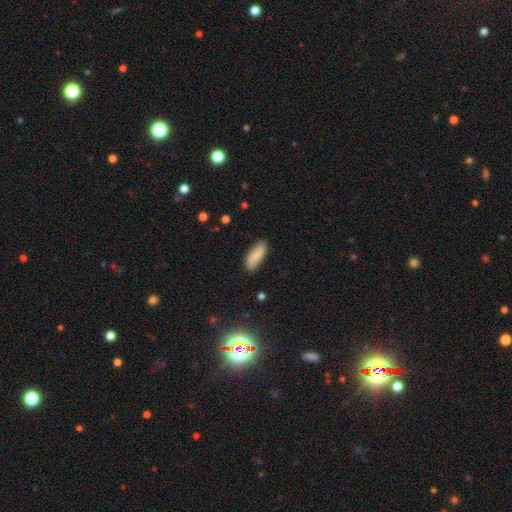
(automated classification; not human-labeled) Smooth or featured? Predicted: smooth (p=0.68). How rounded? Predicted: in between (p=0.68). Merging? Predicted: none (p=0.82).